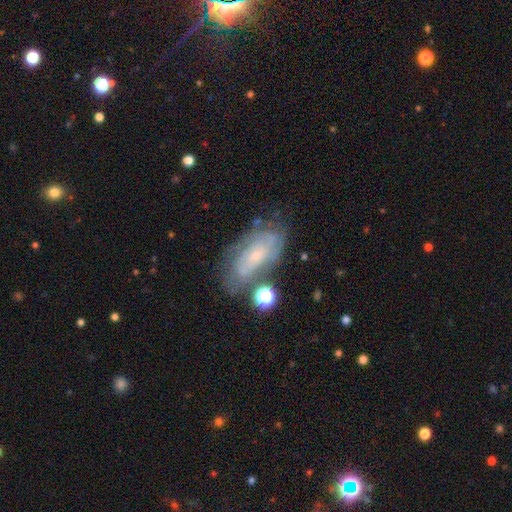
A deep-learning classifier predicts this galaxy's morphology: Smooth or featured: featured or disk — 68% (smooth — 23%)
Edge-on disk: no — 92% (yes — 8%)
Bar: no — 71% (weak — 23%)
Spiral arms: yes — 81% (no — 19%)
Spiral winding: tight — 61% (medium — 29%)
Spiral arm count: can't tell — 55% (2 — 22%)
Bulge size: small — 77% (moderate — 16%)
Merging: none — 62% (minor disturbance — 21%)